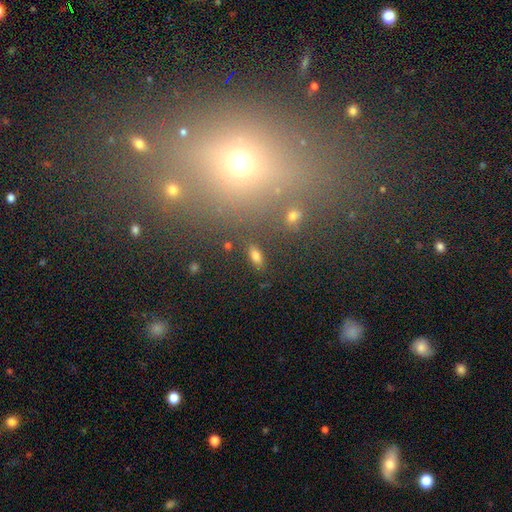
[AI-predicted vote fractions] Smooth or featured? Predicted: smooth (p=0.77). How rounded? Predicted: in between (p=0.84). Merging? Predicted: none (p=0.85).